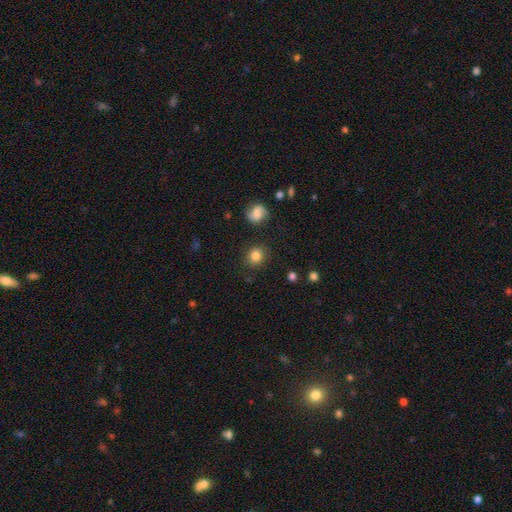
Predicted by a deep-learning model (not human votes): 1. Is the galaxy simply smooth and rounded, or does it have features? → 84% smooth, 10% star or artifact, 6% featured or disk.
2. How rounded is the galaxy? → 80% round, 19% in between, 1% cigar-shaped.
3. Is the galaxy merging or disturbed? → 86% none, 9% minor disturbance, 3% major disturbance, 2% merger.